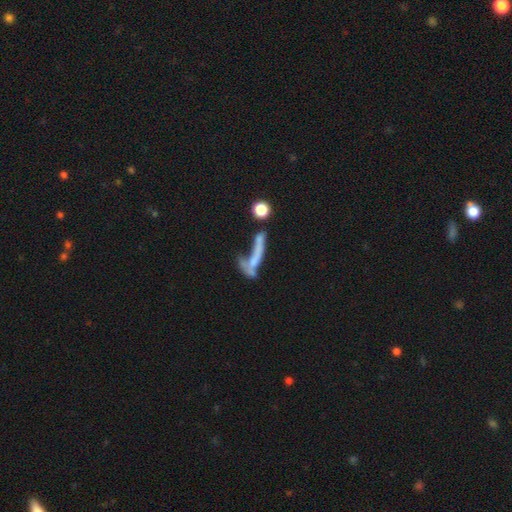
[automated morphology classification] A featured or disk galaxy (45%). Merging: merger (32%).